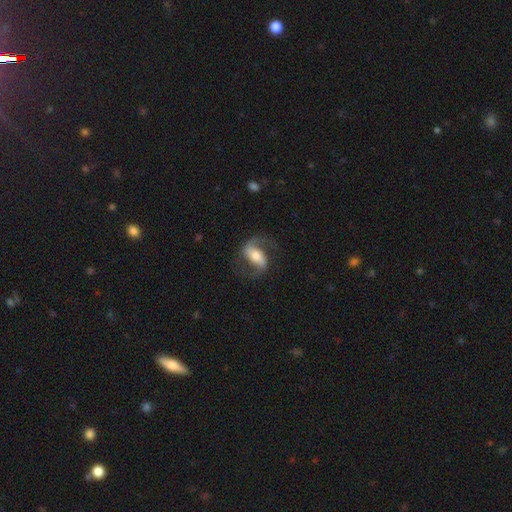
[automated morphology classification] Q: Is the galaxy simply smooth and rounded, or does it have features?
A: featured or disk — 79%.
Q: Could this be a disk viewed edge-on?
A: no — 95%.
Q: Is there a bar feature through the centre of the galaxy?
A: strong — 52%.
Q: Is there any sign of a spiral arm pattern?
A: yes — 93%.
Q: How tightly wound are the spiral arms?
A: medium — 46%.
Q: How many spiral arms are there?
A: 2 — 91%.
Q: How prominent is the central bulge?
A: moderate — 57%.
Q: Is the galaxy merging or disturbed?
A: none — 71%.